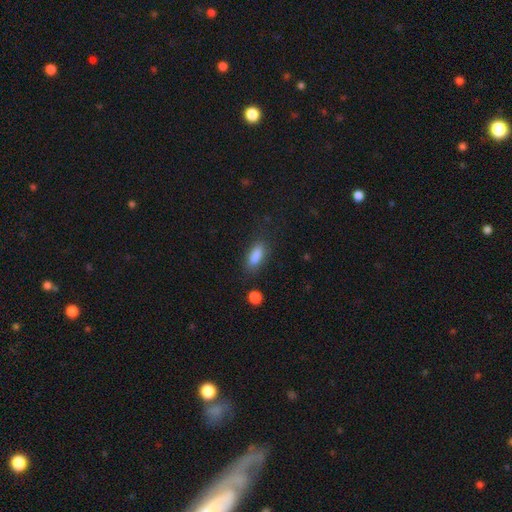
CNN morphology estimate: Smooth or featured? smooth (85%)
How rounded? in between (74%)
Merging? none (76%)